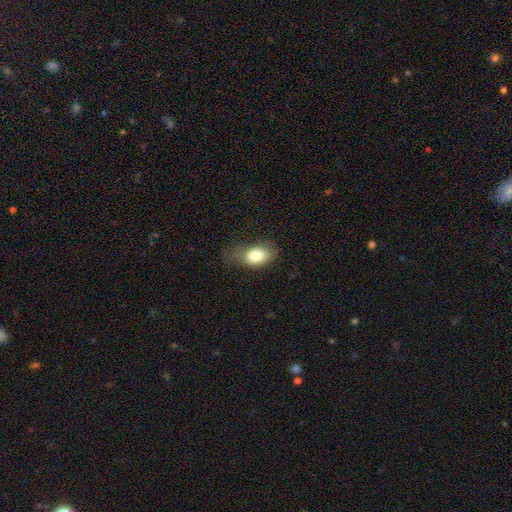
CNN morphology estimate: The model was most divided on "merging": none: 43%, minor disturbance: 35%, major disturbance: 20%, merger: 2%. More confident: how rounded — in between (86%); smooth or featured — smooth (82%).